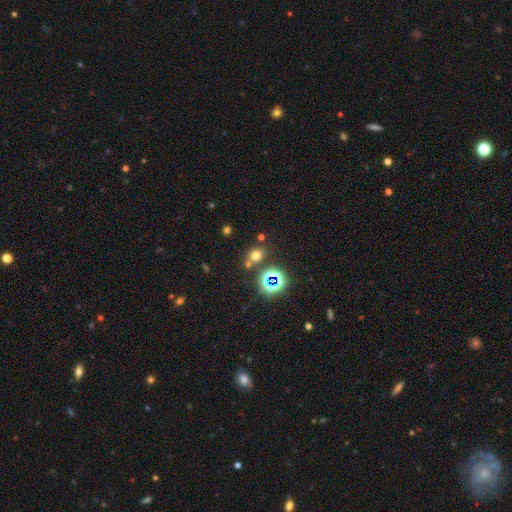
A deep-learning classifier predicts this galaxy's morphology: A smooth galaxy with no disk features (62%) that is round (55%).

Vote fractions:
- Smooth or featured? smooth: 62% / star or artifact: 29% / featured or disk: 9%
- How rounded? round: 55% / in between: 44% / cigar-shaped: 1%
- Merging? none: 71% / merger: 14% / minor disturbance: 11% / major disturbance: 4%